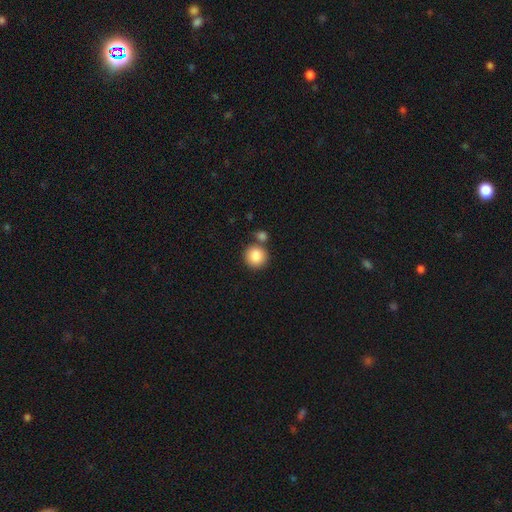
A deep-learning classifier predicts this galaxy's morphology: A smooth galaxy with no disk features (86%) that is round (93%).

Vote fractions:
- Smooth or featured? smooth: 86% / star or artifact: 8% / featured or disk: 6%
- How rounded? round: 93% / in between: 6% / cigar-shaped: 1%
- Merging? none: 69% / merger: 20% / minor disturbance: 9% / major disturbance: 3%